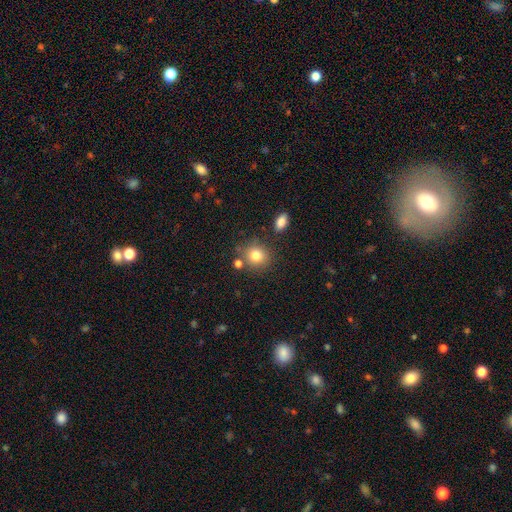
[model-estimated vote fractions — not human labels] Overall: smooth (80%). How rounded: round (83%). Merging: none (77%).